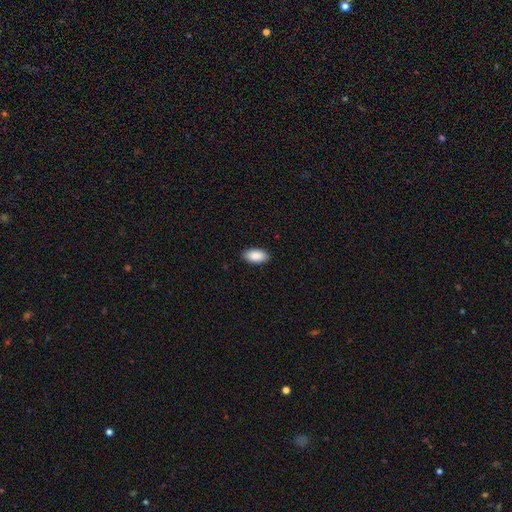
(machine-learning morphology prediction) type=smooth (90%); roundness=in between (94%); merging=none (89%).